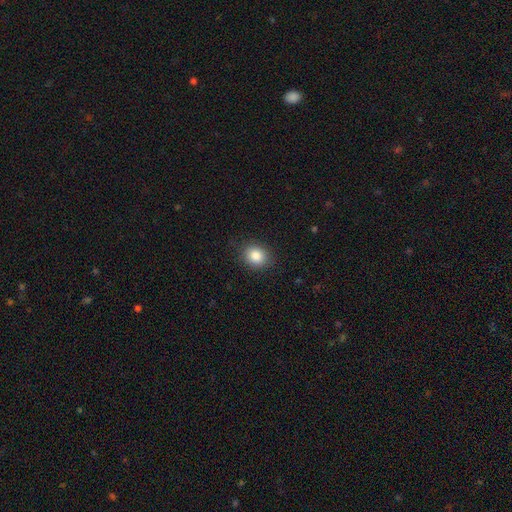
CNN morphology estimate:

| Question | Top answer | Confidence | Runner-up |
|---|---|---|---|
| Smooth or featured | smooth | 86% | star or artifact (9%) |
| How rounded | round | 61% | in between (38%) |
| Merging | none | 88% | minor disturbance (9%) |